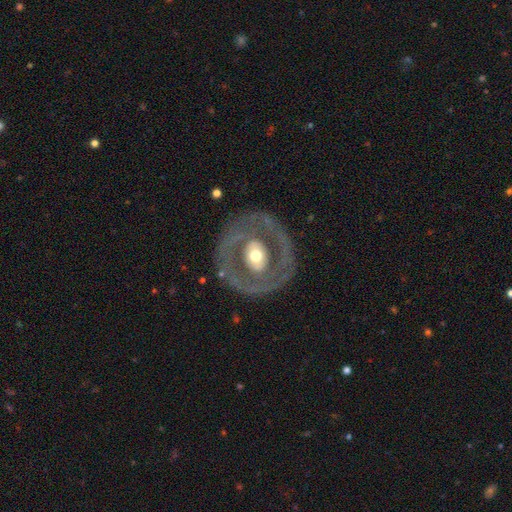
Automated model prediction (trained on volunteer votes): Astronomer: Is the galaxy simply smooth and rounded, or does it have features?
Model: featured or disk — 71%.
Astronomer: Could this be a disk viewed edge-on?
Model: no — 95%.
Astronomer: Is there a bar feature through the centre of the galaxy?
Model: no — 63%.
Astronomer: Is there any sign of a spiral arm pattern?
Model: no — 63%.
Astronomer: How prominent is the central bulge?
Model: moderate — 64%.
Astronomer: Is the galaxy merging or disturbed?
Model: none — 76%.